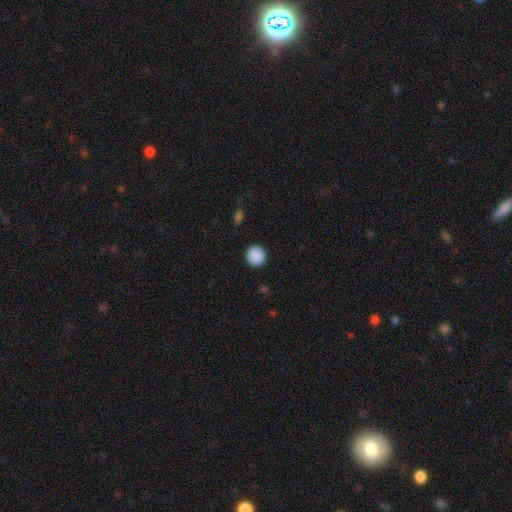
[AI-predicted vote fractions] Smooth or featured? Predicted: smooth (p=0.90). How rounded? Predicted: round (p=0.93). Merging? Predicted: none (p=0.91).